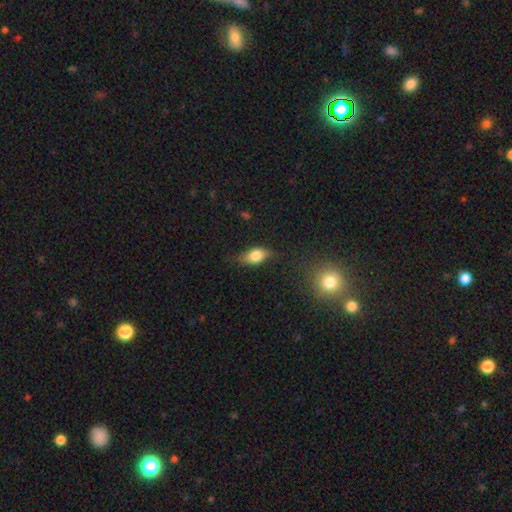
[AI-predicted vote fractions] smooth 72%, featured or disk 19%, star or artifact 9%. Down the decision tree: how rounded — in between (83%); merging — none (68%).